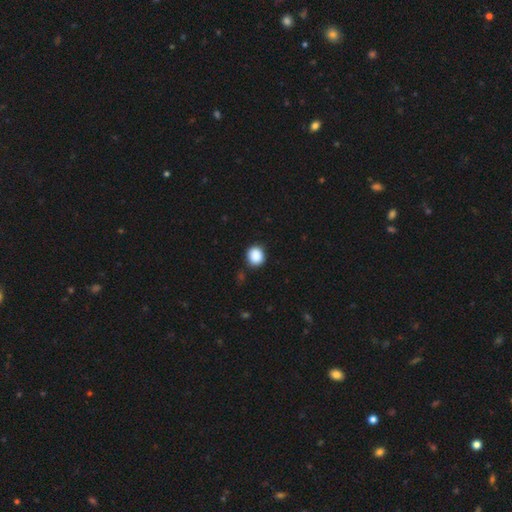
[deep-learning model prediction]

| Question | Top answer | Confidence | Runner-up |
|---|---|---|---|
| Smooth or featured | smooth | 88% | star or artifact (9%) |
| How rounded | round | 78% | in between (21%) |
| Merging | none | 85% | minor disturbance (10%) |